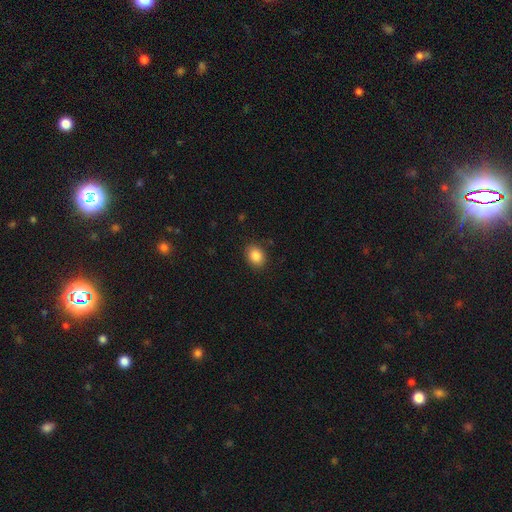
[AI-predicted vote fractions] A smooth galaxy with no disk features (87%) that is in between round and cigar-shaped (55%). Merging: none (88%).